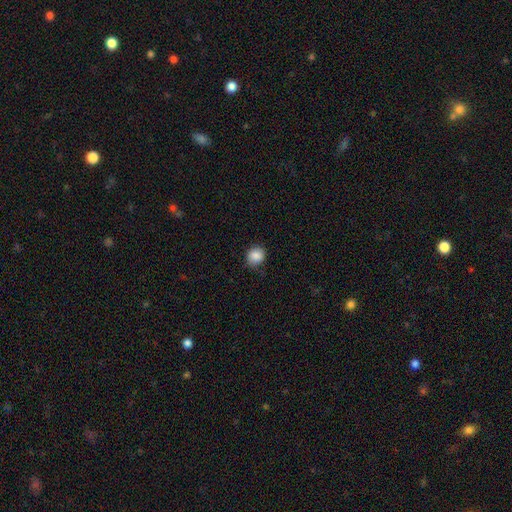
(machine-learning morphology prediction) smooth-or-featured: smooth: 87% | star or artifact: 9% | featured or disk: 4%
  how-rounded: round: 81% | in between: 18% | cigar-shaped: 1%
  merging: none: 80% | minor disturbance: 16% | major disturbance: 3% | merger: 1%